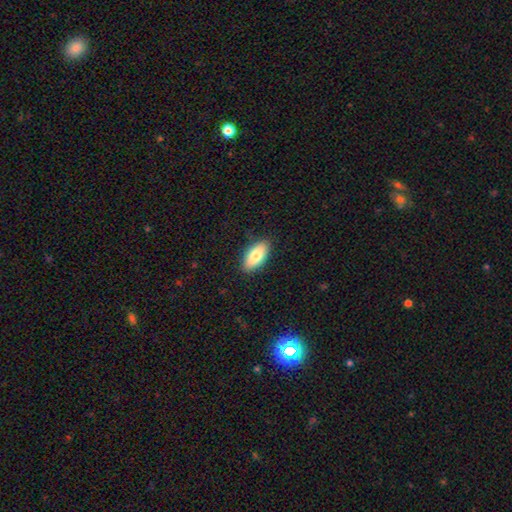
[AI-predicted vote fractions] Smooth or featured? Predicted: smooth (p=0.80). How rounded? Predicted: in between (p=0.90). Merging? Predicted: none (p=0.88).